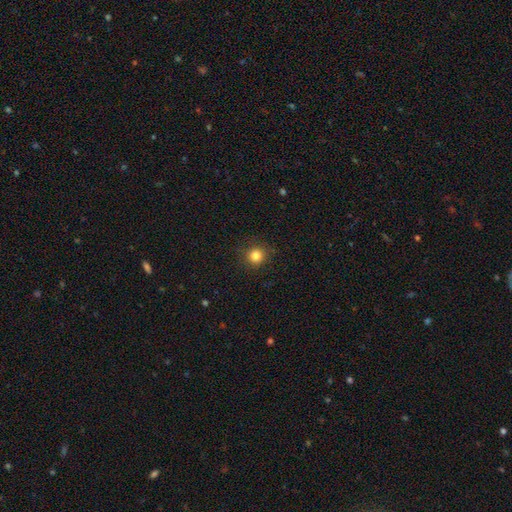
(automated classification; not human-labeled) smooth-or-featured: smooth: 83% | star or artifact: 12% | featured or disk: 5%
  how-rounded: round: 93% | in between: 6% | cigar-shaped: 1%
  merging: none: 90% | minor disturbance: 7% | major disturbance: 2% | merger: 1%